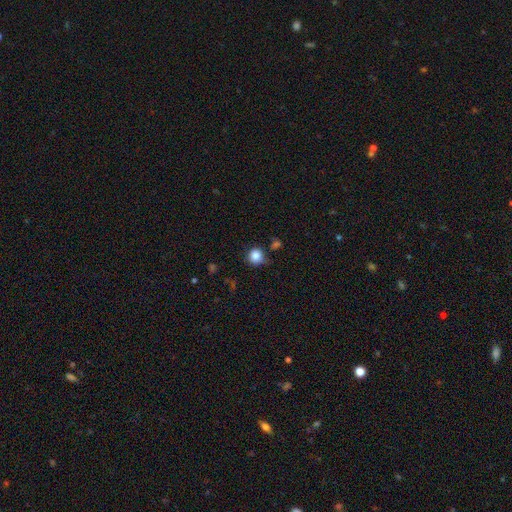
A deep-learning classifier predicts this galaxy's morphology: Smooth or featured? smooth (85%)
How rounded? round (90%)
Merging? none (73%)